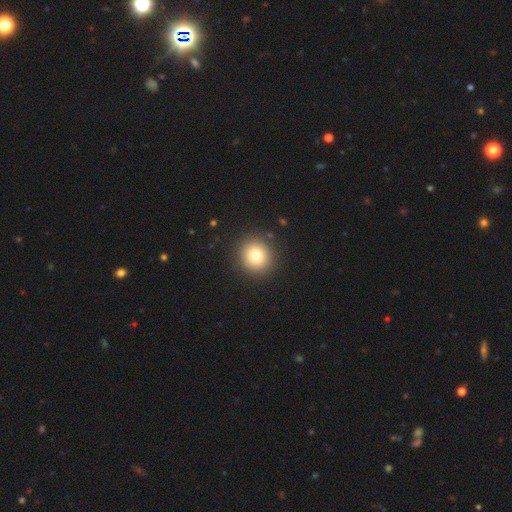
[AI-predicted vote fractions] A smooth galaxy with no disk features (78%) that is round (90%). Merging: none (91%).